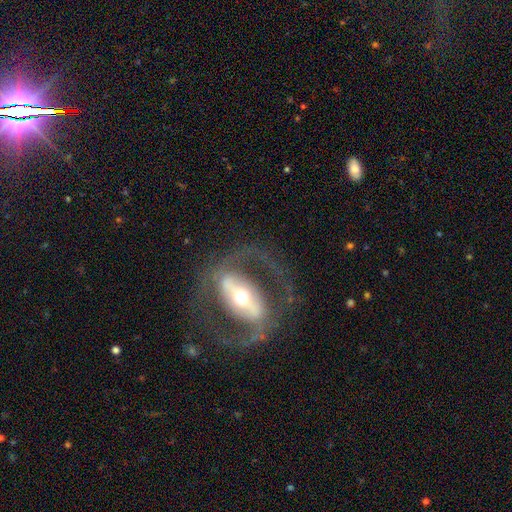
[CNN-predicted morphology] featured or disk 86%, smooth 7%, star or artifact 6%. Down the decision tree: edge-on disk — no (92%); bar — strong (62%); spiral arms — yes (84%); spiral arm count — 2 (90%); spiral winding — medium (53%); bulge size — moderate (57%); merging — none (73%).